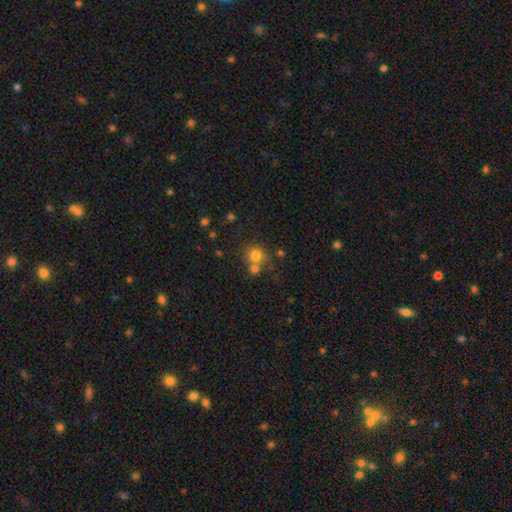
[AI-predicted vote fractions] Smooth or featured?
  - smooth: 76% *
  - star or artifact: 14%
  - featured or disk: 9%
How rounded?
  - round: 86% *
  - in between: 13%
  - cigar-shaped: 1%
Merging?
  - none: 55% *
  - merger: 32%
  - minor disturbance: 9%
  - major disturbance: 4%